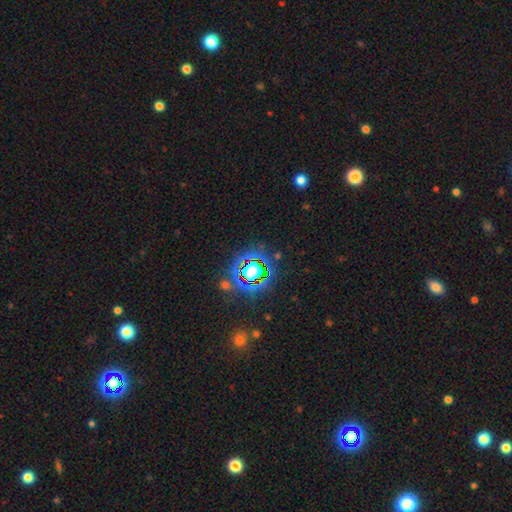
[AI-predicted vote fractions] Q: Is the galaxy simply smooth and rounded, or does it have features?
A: star or artifact — 82%.